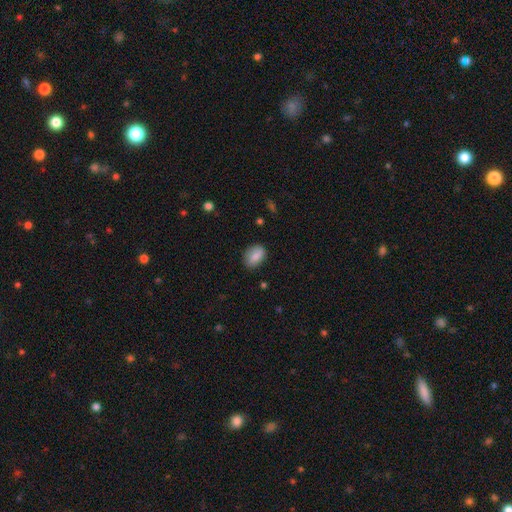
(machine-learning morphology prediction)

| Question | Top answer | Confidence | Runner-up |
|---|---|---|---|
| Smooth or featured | smooth | 83% | featured or disk (9%) |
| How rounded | in between | 84% | round (14%) |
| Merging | none | 78% | minor disturbance (17%) |